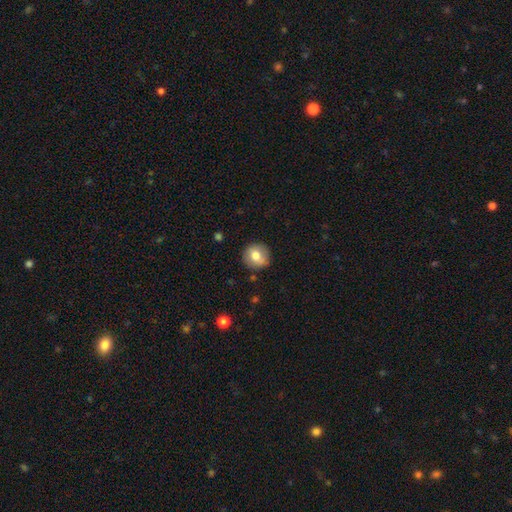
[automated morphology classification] type=smooth (75%); roundness=round (91%); merging=none (85%).